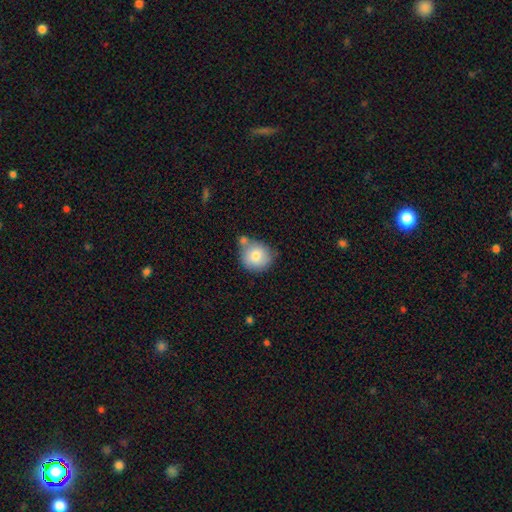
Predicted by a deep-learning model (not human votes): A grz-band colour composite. It shows a smooth galaxy with no disk features (79%) that is round (86%). Merging: none (54%).